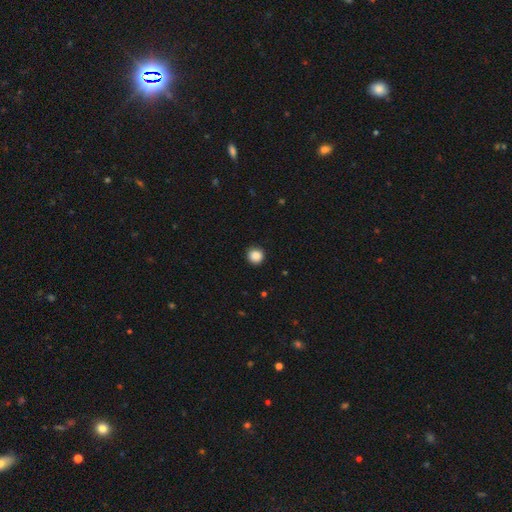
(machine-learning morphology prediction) Smooth or featured? Predicted: smooth (p=0.87). How rounded? Predicted: round (p=0.95). Merging? Predicted: none (p=0.91).